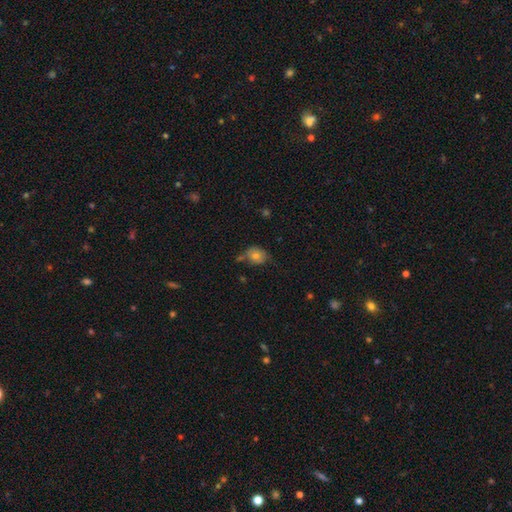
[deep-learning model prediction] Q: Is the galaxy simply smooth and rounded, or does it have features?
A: smooth — 72%.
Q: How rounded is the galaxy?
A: round — 62%.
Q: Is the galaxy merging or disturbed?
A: none — 60%.